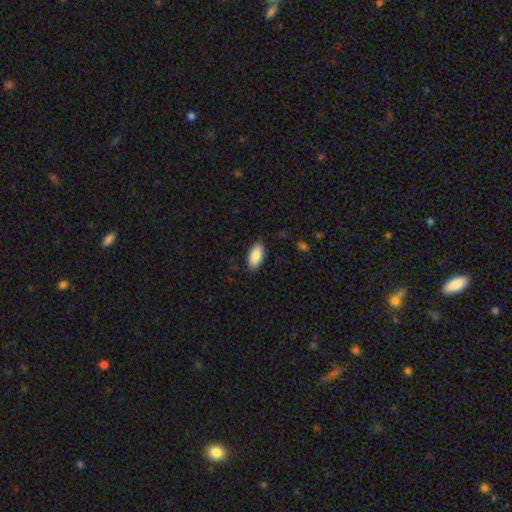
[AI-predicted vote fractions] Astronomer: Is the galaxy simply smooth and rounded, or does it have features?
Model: smooth — 89%.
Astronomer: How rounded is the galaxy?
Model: in between — 93%.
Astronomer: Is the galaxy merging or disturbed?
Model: none — 86%.